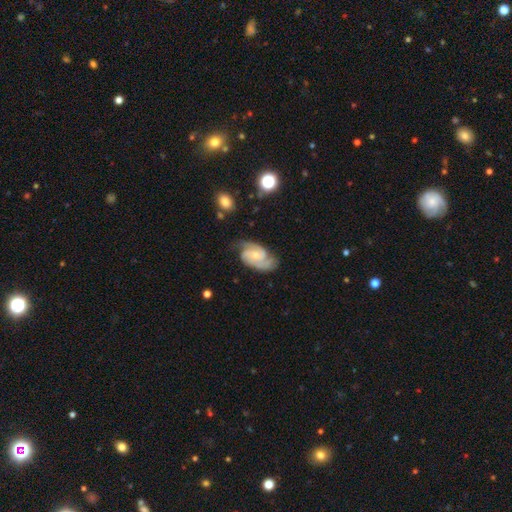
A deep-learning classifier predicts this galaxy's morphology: smooth-or-featured: featured or disk: 87% | smooth: 8% | star or artifact: 5%
  disk-edge-on: no: 97% | yes: 3%
    bar: no: 59% | weak: 34% | strong: 7%
    has-spiral-arms: yes: 98% | no: 2%
      spiral-winding: tight: 45% (tied) | medium: 45% (tied) | loose: 10%
      spiral-arm-count: 2: 60% | 3: 25% | can't tell: 8% | 4: 3% | 1: 3% | more than 4: 2%
    bulge-size: small: 61% | moderate: 33% | none: 4% | large: 1% | dominant: 1%
  merging: none: 69% | minor disturbance: 21% | major disturbance: 7% | merger: 2%